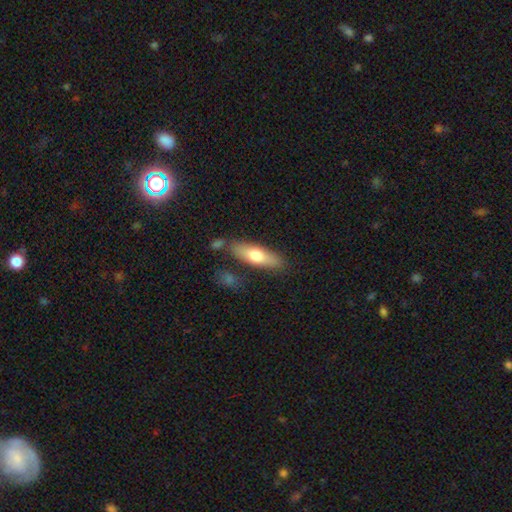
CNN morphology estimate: This appears to be a smooth galaxy with no disk features (66%) that is cigar-shaped (51%). Merging: none (77%).